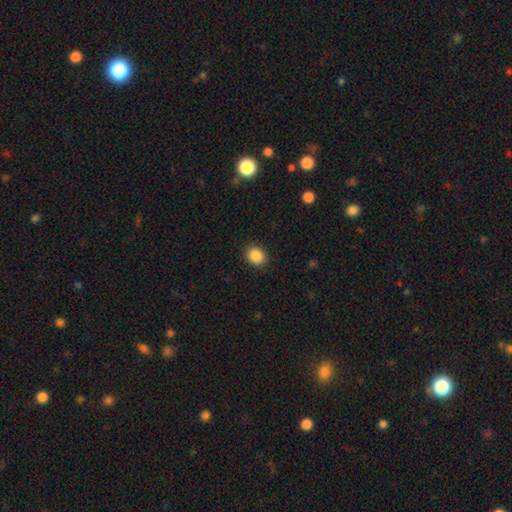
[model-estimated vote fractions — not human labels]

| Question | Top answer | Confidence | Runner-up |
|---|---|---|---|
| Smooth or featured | smooth | 88% | star or artifact (9%) |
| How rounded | round | 63% | in between (36%) |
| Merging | none | 89% | minor disturbance (8%) |